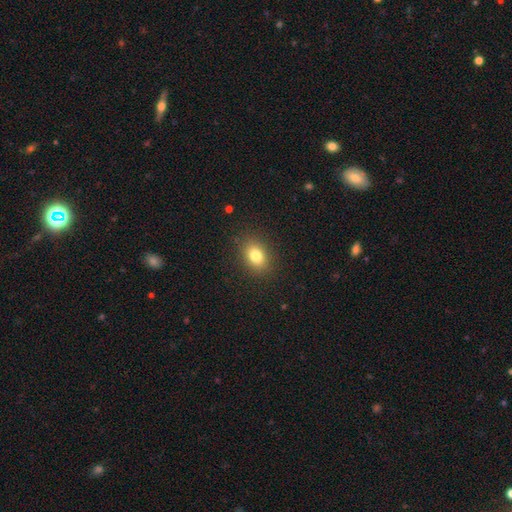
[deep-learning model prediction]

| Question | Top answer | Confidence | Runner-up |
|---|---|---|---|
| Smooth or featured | smooth | 80% | star or artifact (11%) |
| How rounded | in between | 72% | round (27%) |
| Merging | none | 88% | minor disturbance (9%) |